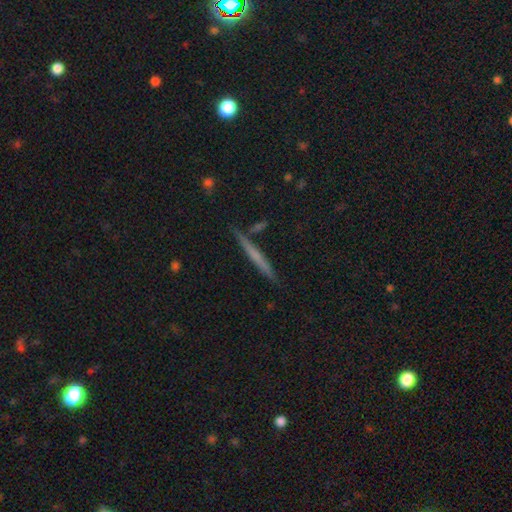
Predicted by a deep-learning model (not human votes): This is possibly a smooth galaxy (47%). Merging: clearly none (87%).